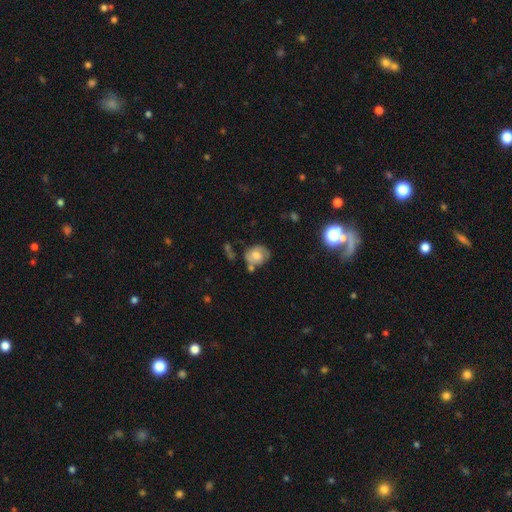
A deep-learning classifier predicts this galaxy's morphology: smooth-or-featured: smooth: 50% | featured or disk: 40% | star or artifact: 10%
  how-rounded: round: 52% | in between: 47% | cigar-shaped: 1%
  merging: none: 58% | minor disturbance: 23% | merger: 12% | major disturbance: 8%